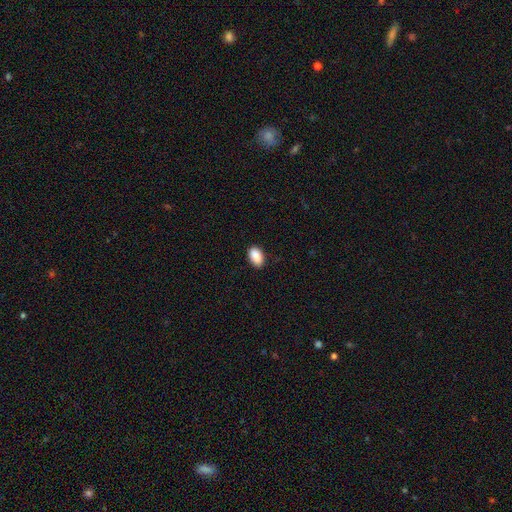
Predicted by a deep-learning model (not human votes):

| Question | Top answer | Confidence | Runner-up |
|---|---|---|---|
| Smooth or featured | smooth | 90% | star or artifact (7%) |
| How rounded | in between | 93% | round (6%) |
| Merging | none | 86% | minor disturbance (11%) |